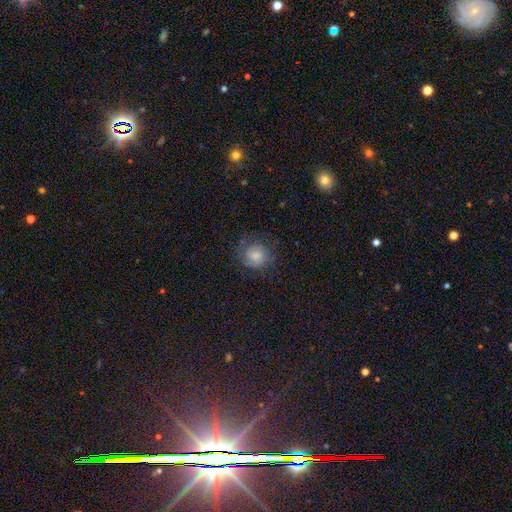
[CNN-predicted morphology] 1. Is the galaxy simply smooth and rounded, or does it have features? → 68% smooth, 22% featured or disk, 10% star or artifact.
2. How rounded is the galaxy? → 84% round, 15% in between, 1% cigar-shaped.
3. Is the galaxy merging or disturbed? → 68% none, 20% minor disturbance, 11% major disturbance, 1% merger.